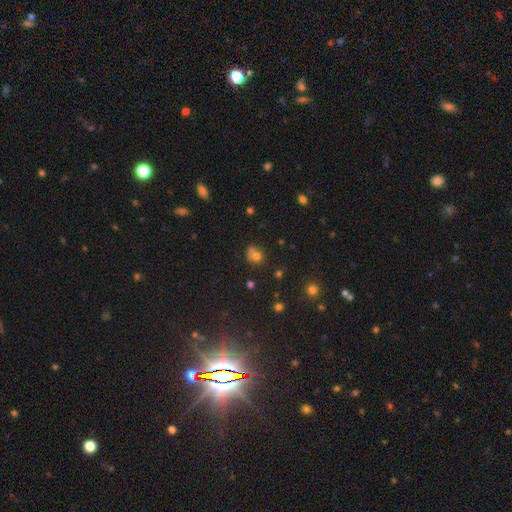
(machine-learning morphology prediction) Smooth or featured? smooth (70%)
How rounded? round (71%)
Merging? none (42%)